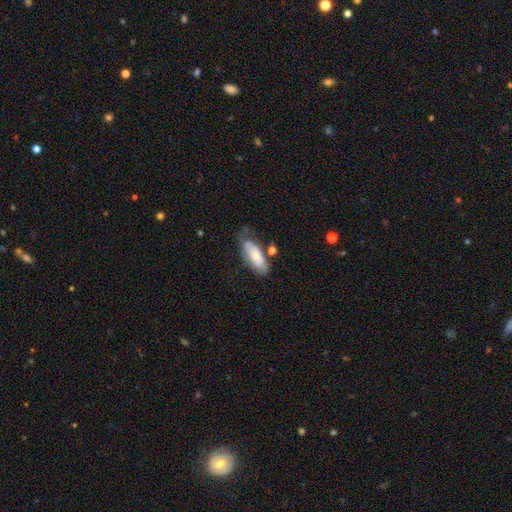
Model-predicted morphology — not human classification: This is likely a smooth galaxy (65%). How rounded: likely in between (80%). Merging: possibly none (48%).